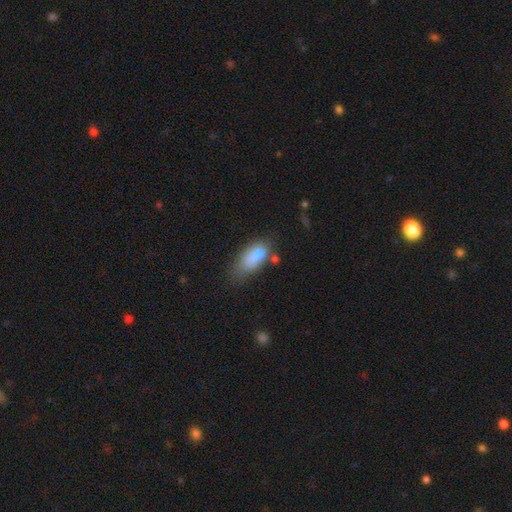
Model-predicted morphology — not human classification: This is likely a smooth galaxy (74%). How rounded: clearly in between (85%). Merging: marginally minor disturbance (29%).